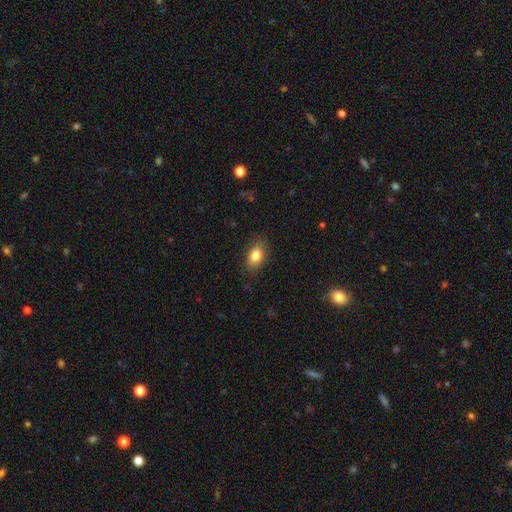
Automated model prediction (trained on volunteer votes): Morphology: type=smooth (83%); roundness=in between (82%); merging=none (85%).